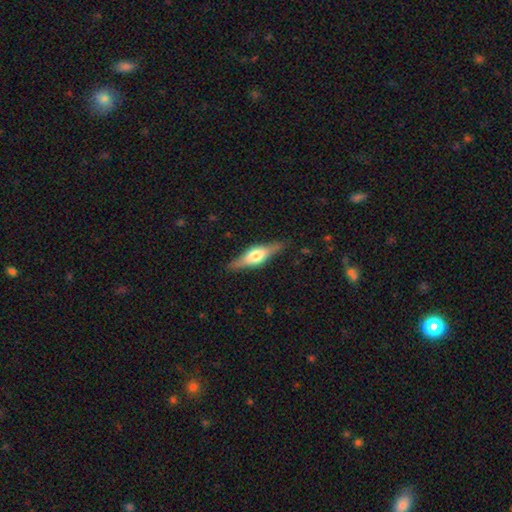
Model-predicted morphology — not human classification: This appears to be a featured or disk galaxy (64%) viewed edge-on (95%) with a rounded central bulge (86%). Merging: none (85%).